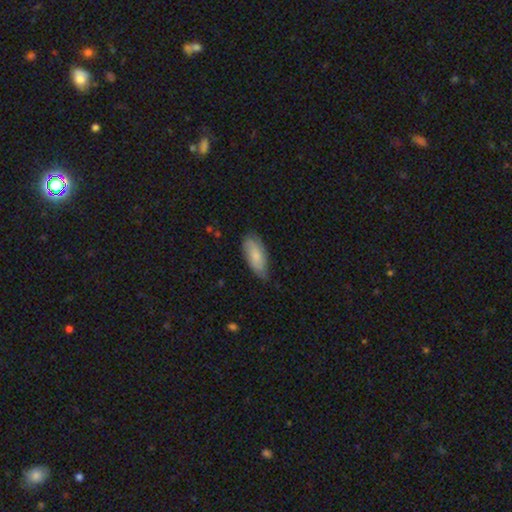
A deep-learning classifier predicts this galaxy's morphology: smooth_or_featured: smooth (p=0.77) [alt: featured or disk p=0.17]
how_rounded: in between (p=0.84) [alt: cigar-shaped p=0.14]
merging: none (p=0.66) [alt: minor disturbance p=0.29]